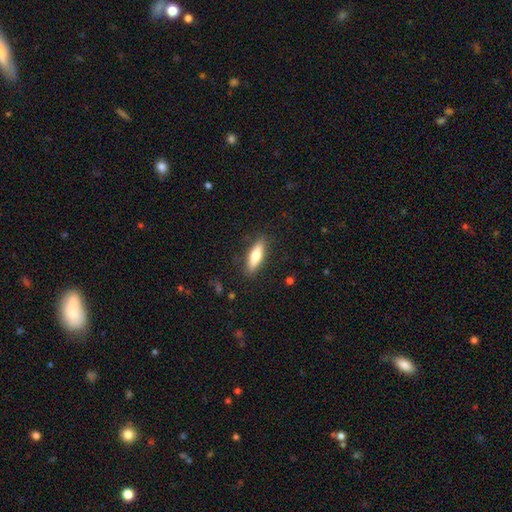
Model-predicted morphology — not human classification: Smooth or featured: smooth — 67% (featured or disk — 27%)
How rounded: cigar-shaped — 54% (in between — 44%)
Merging: none — 87% (minor disturbance — 9%)